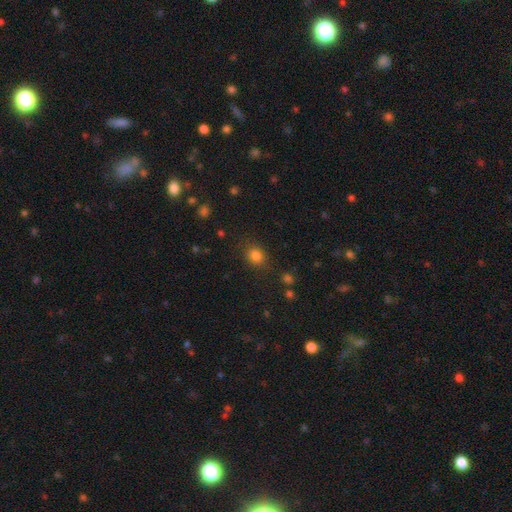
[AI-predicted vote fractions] Overall: smooth (82%). How rounded: round (62%; in between 37%). Merging: none (82%).